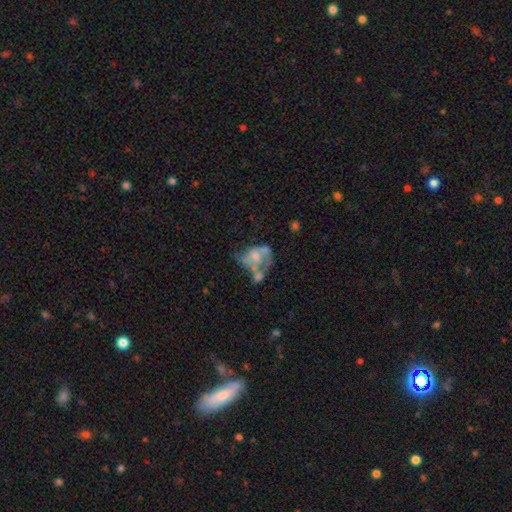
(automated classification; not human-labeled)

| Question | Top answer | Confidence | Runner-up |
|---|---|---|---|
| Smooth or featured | featured or disk | 60% | smooth (31%) |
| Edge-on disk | no | 98% | yes (2%) |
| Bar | no | 77% | weak (19%) |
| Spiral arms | no | 54% | yes (46%) |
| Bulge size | moderate | 44% | small (32%) |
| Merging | merger | 34% | major disturbance (29%) |